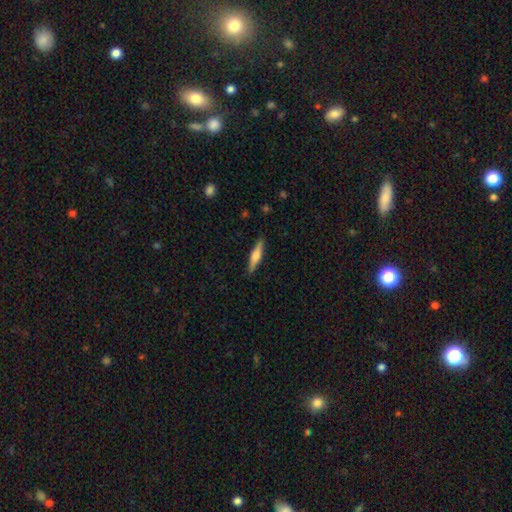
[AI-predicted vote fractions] Overall: featured or disk (54%; smooth 40%). Edge-on disk: yes (97%). Edge-on bulge: rounded (80%). Merging: none (89%).